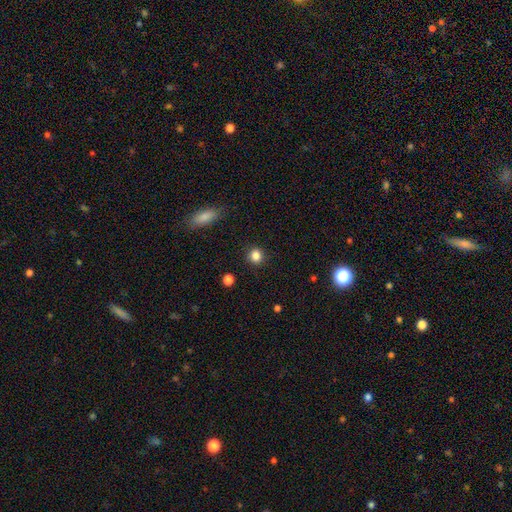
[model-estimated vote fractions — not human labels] smooth-or-featured: smooth: 84% | star or artifact: 12% | featured or disk: 4%
  how-rounded: round: 85% | in between: 14% | cigar-shaped: 1%
  merging: none: 89% | minor disturbance: 7% | major disturbance: 2% | merger: 1%